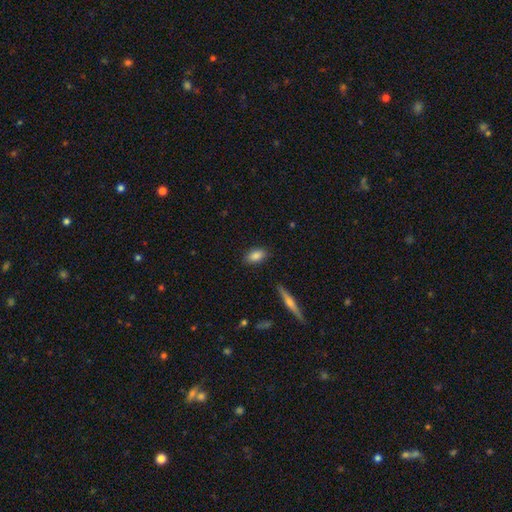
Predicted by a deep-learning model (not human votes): Smooth or featured: smooth — 85% (featured or disk — 8%)
How rounded: in between — 88% (round — 6%)
Merging: none — 86% (minor disturbance — 10%)